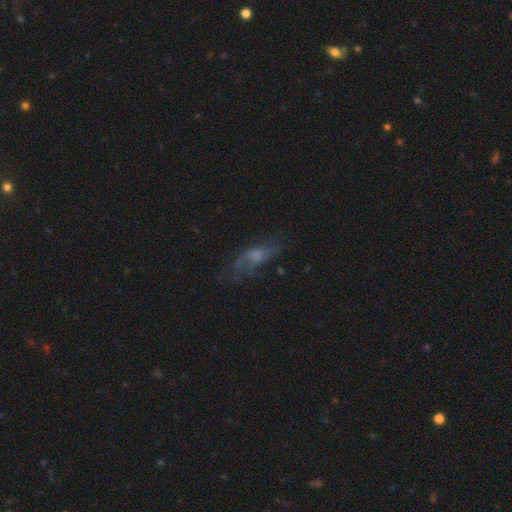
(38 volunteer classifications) A featured or disk galaxy (61%) with no bar (84%), medium (50%) spiral arms (74%) and no central bulge (42%). Merging: none (46%).